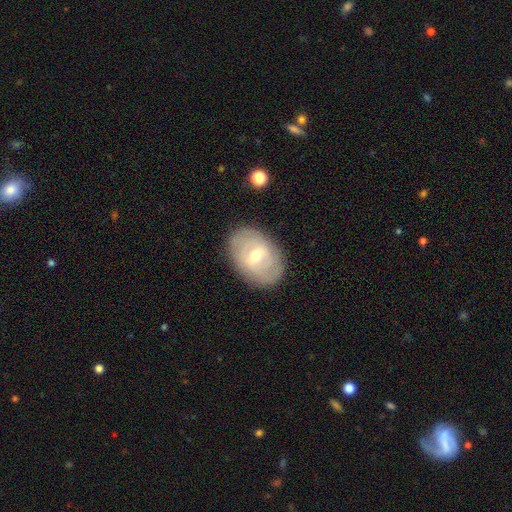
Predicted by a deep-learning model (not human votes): Smooth or featured: featured or disk — 67% (smooth — 26%)
Edge-on disk: no — 95% (yes — 5%)
Bar: weak — 57% (no — 22%)
Spiral arms: yes — 71% (no — 29%)
Bulge size: moderate — 60% (small — 35%)
Merging: none — 83% (minor disturbance — 12%)